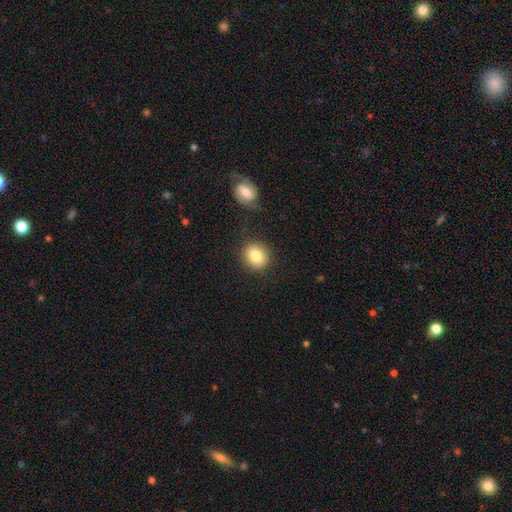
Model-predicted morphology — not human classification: Overall: smooth (83%). How rounded: round (80%). Merging: none (84%).